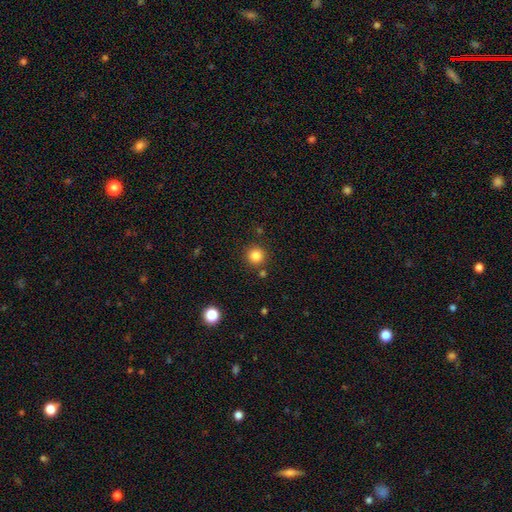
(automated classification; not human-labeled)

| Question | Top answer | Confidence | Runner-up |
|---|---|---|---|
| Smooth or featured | smooth | 84% | star or artifact (12%) |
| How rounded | round | 95% | in between (4%) |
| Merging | none | 87% | minor disturbance (6%) |